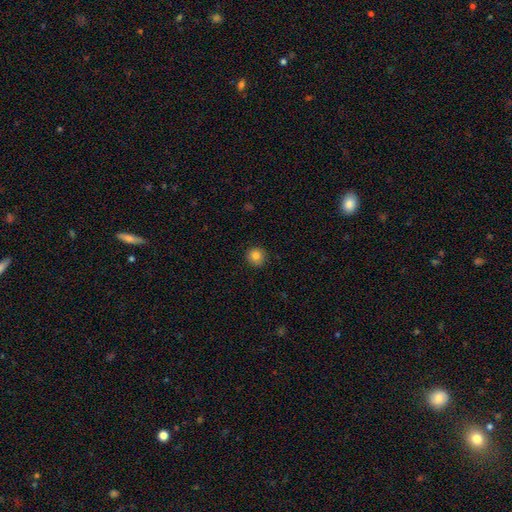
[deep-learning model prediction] smooth_or_featured: smooth (p=0.84) [alt: star or artifact p=0.11]
how_rounded: round (p=0.94) [alt: in between p=0.05]
merging: none (p=0.90) [alt: minor disturbance p=0.07]